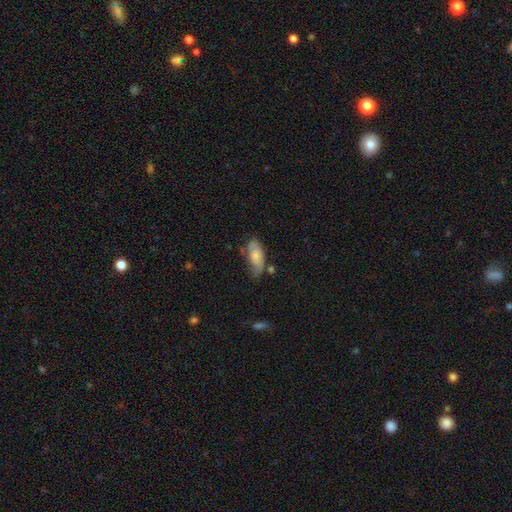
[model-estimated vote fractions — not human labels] smooth_or_featured: smooth (p=0.65) [alt: featured or disk p=0.28]
how_rounded: in between (p=0.87) [alt: cigar-shaped p=0.10]
merging: none (p=0.47) [alt: minor disturbance p=0.35]